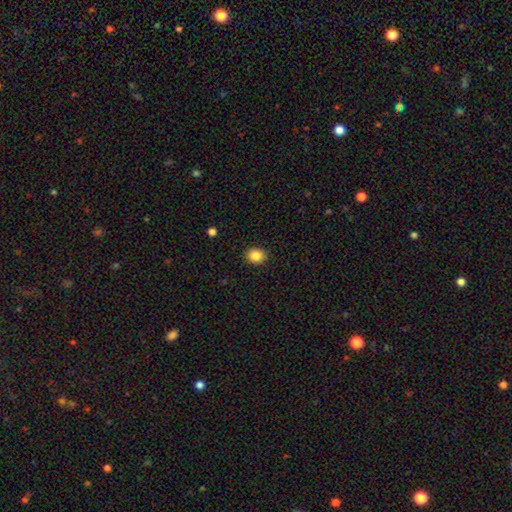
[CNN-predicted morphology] The model was most divided on "how rounded": round: 54%, in between: 45%, cigar-shaped: 1%. More confident: merging — none (91%); smooth or featured — smooth (87%).